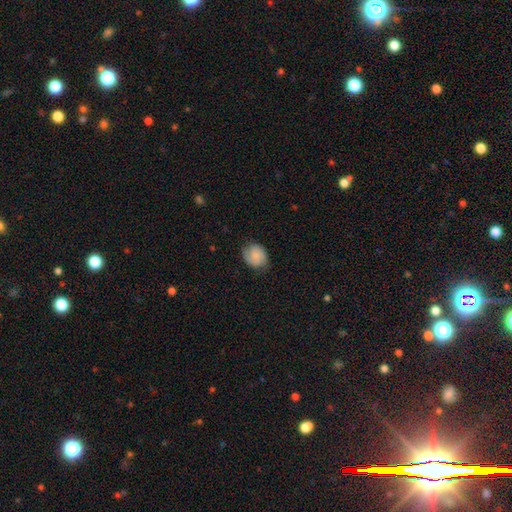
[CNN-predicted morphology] Q: Smooth or featured?
A: smooth (57%); runner-up: featured or disk (35%)
Q: How rounded?
A: round (58%); runner-up: in between (41%)
Q: Merging?
A: none (76%); runner-up: minor disturbance (18%)